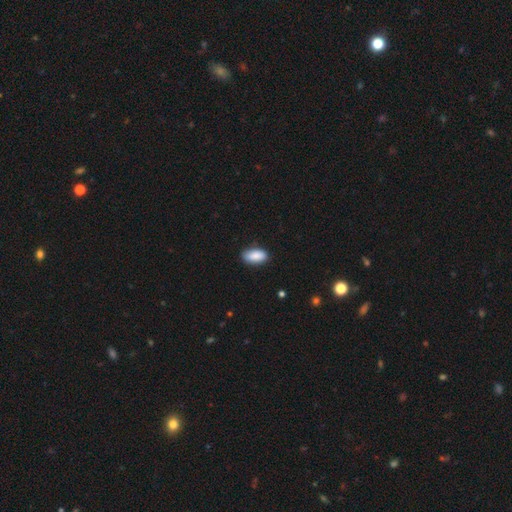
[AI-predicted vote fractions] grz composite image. It shows a smooth galaxy with no disk features (88%) that is in between round and cigar-shaped (91%). Merging: none (83%).